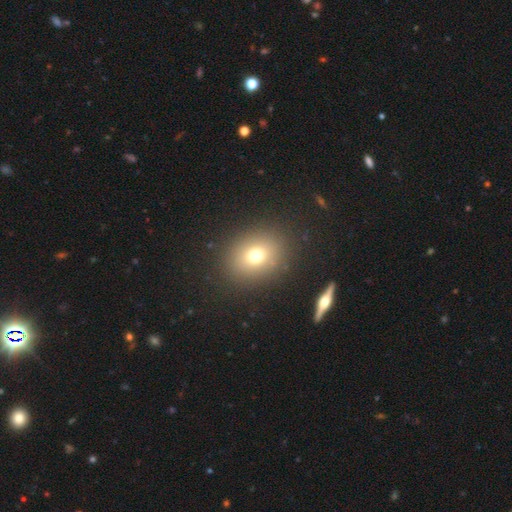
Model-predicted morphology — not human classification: smooth 72%, star or artifact 16%, featured or disk 12%. Down the decision tree: how rounded — round (56%); merging — none (87%).